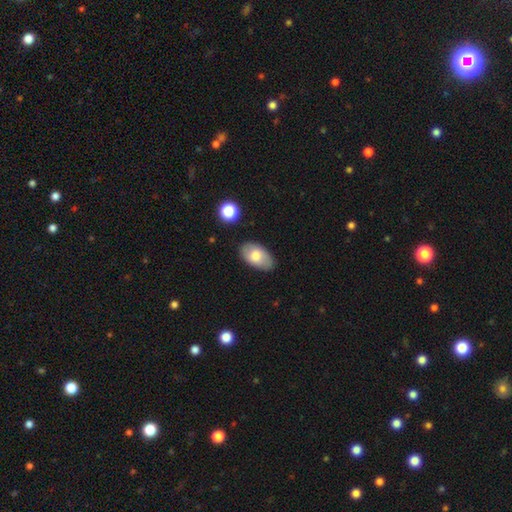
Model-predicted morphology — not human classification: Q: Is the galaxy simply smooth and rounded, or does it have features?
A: smooth — 73%.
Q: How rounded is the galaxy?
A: in between — 93%.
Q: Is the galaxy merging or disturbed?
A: none — 81%.